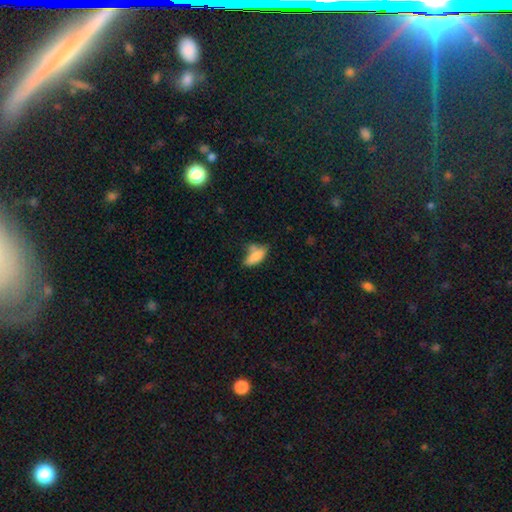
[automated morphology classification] This appears to be a smooth galaxy with no disk features (79%) that is in between round and cigar-shaped (76%). Merging: none (43%).